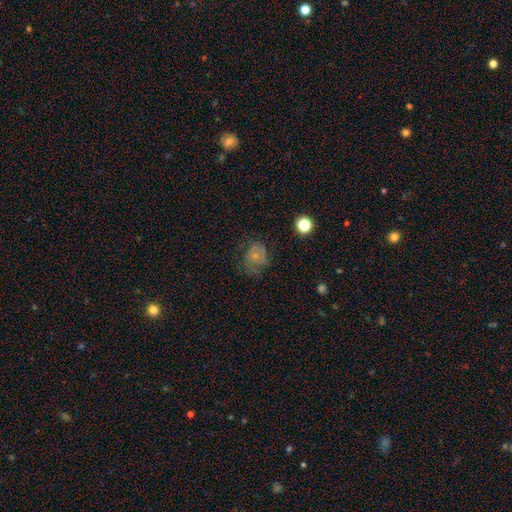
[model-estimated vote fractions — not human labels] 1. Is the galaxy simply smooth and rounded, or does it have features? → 51% smooth, 36% featured or disk, 13% star or artifact.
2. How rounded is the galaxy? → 60% round, 39% in between, 1% cigar-shaped.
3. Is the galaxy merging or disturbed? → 50% none, 28% minor disturbance, 20% major disturbance, 2% merger.